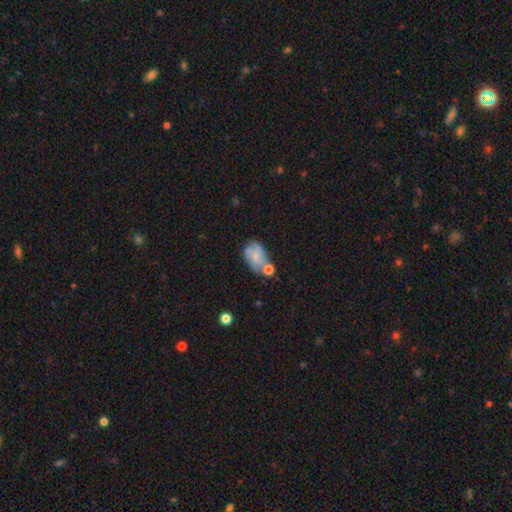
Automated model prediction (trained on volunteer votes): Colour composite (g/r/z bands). It shows a featured or disk galaxy (51%). Merging: none (43%).